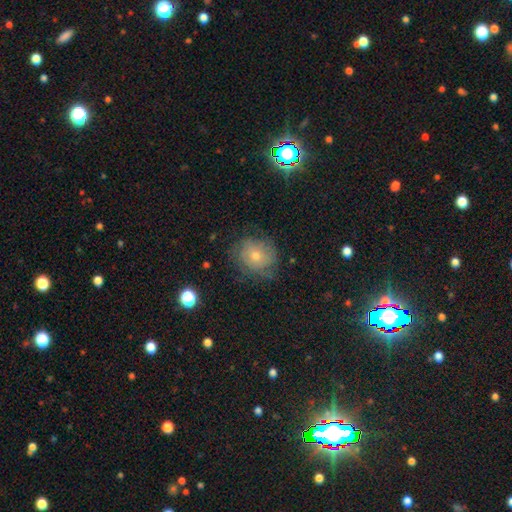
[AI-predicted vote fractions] This is possibly a featured or disk galaxy (50%). Merging: likely none (74%).